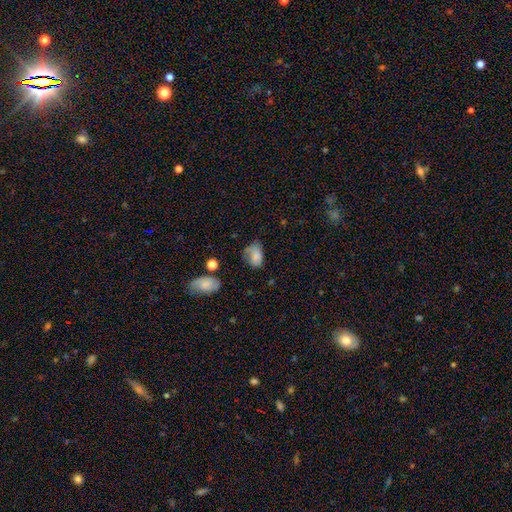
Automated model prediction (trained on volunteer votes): Overall: smooth (76%). How rounded: in between (83%). Merging: none (40%; minor disturbance 36%).